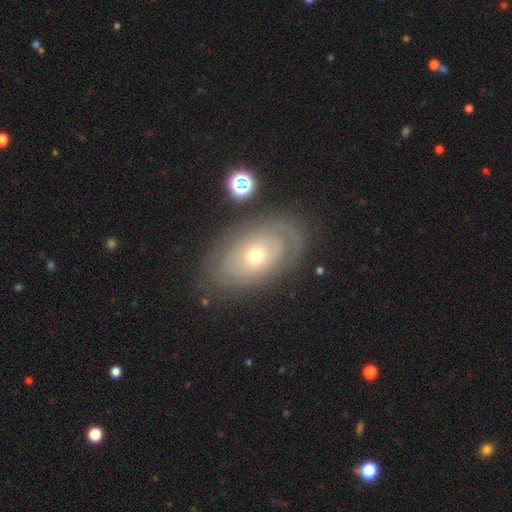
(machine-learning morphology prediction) This is likely a featured or disk galaxy (66%). It is clearly not viewed edge-on (93%). Bar: clearly no (88%). Spiral arm pattern: possibly yes (55%). Central bulge: possibly moderate (49%). Merging: likely none (76%).